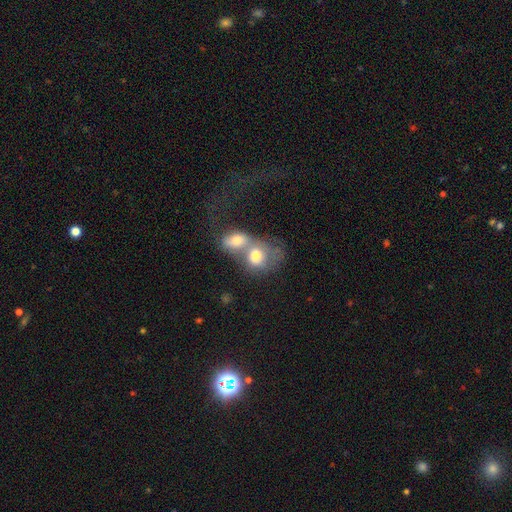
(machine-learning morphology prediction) smooth_or_featured: smooth (p=0.67) [alt: featured or disk p=0.24]
how_rounded: round (p=0.50) [alt: in between p=0.49]
merging: merger (p=0.73) [alt: none p=0.14]